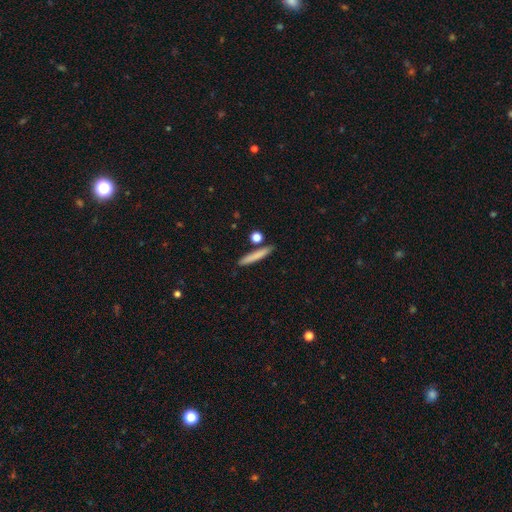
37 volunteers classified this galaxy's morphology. Smooth or featured? 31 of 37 (84%) said smooth. How rounded? 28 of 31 (90%) said cigar-shaped. Merging? 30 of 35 (86%) said none.